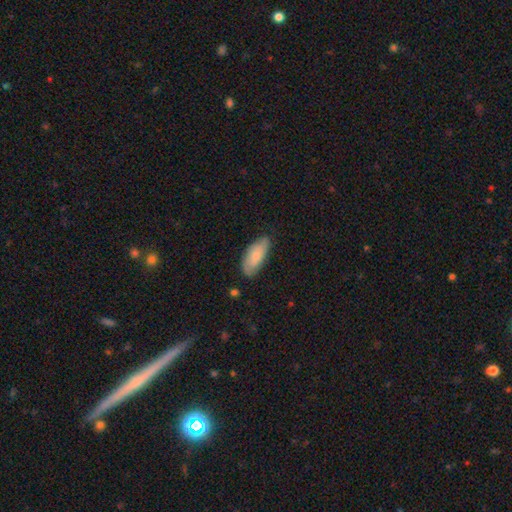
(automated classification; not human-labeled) The model was most divided on "merging": none: 70%, minor disturbance: 24%, major disturbance: 4%, merger: 1%. More confident: how rounded — in between (86%); smooth or featured — smooth (75%).